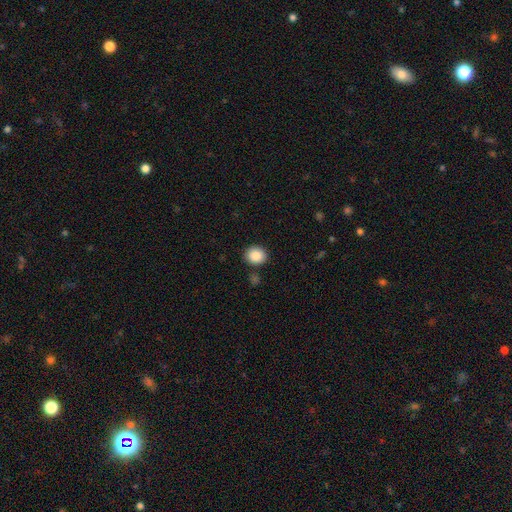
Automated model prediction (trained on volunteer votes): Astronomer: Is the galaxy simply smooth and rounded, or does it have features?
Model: smooth — 88%.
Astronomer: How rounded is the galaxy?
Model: round — 77%.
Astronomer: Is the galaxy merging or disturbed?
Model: none — 86%.